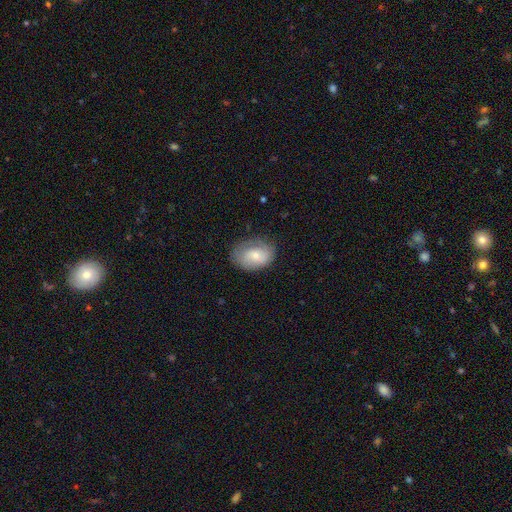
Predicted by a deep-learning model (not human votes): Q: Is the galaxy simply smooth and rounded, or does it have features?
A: smooth — 58%.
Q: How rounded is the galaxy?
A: in between — 74%.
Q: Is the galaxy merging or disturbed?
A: none — 69%.